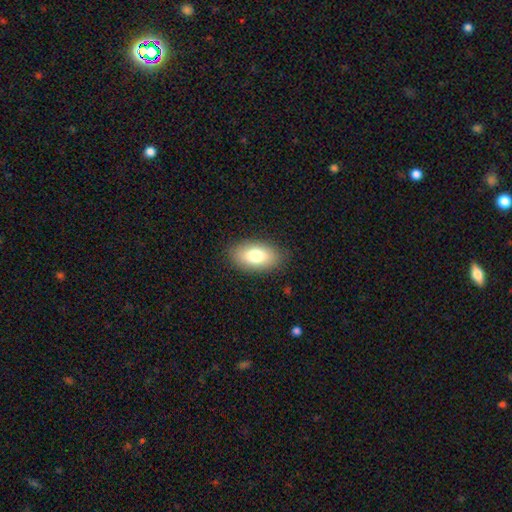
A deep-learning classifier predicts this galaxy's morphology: The model was most divided on "smooth or featured": smooth: 78%, featured or disk: 15%, star or artifact: 8%. More confident: how rounded — in between (92%); merging — none (86%).